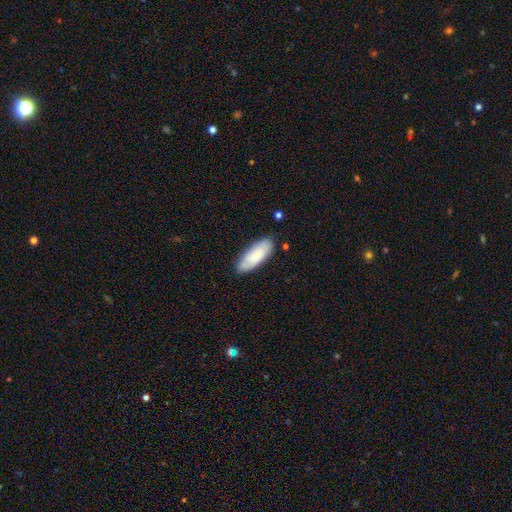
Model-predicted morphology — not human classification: Overall: smooth (80%). How rounded: in between (71%). Merging: none (83%).